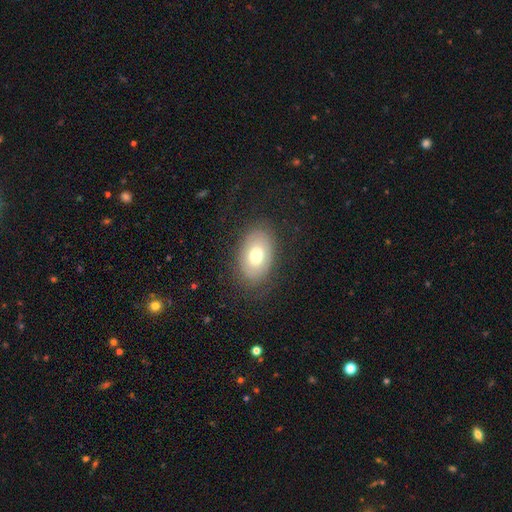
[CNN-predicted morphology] smooth_or_featured: smooth (p=0.68) [alt: featured or disk p=0.24]
how_rounded: in between (p=0.87) [alt: round p=0.12]
merging: none (p=0.80) [alt: minor disturbance p=0.14]